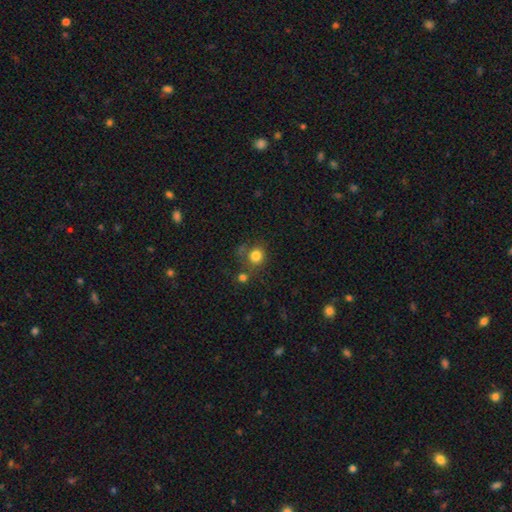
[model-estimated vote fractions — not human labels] smooth-or-featured: smooth: 81% | star or artifact: 13% | featured or disk: 6%
  how-rounded: round: 86% | in between: 13% | cigar-shaped: 1%
  merging: none: 65% | merger: 14% | minor disturbance: 14% | major disturbance: 7%